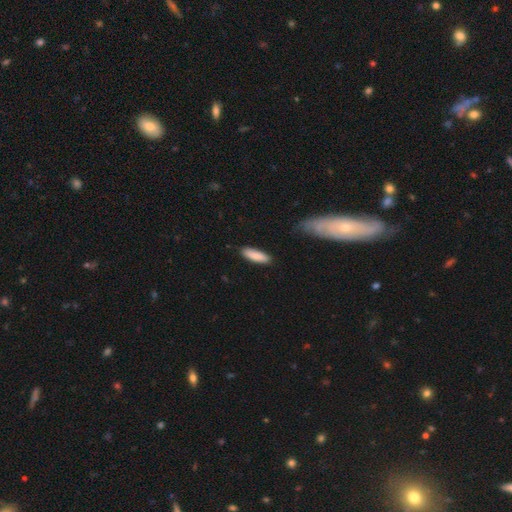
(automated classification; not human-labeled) This appears to be a smooth galaxy with no disk features (87%) that is cigar-shaped (55%). Merging: none (86%).